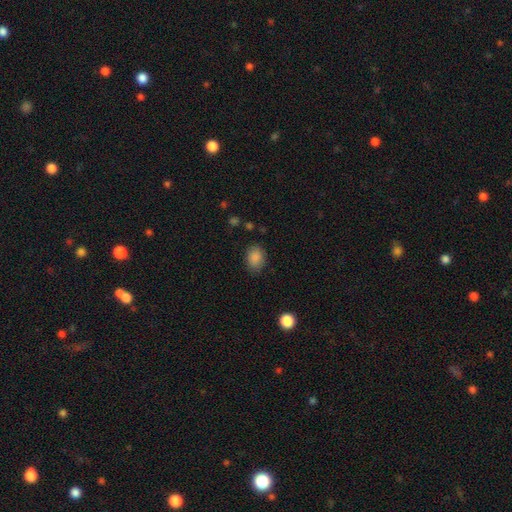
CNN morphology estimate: smooth 87%, star or artifact 9%, featured or disk 4%. Down the decision tree: how rounded — in between (71%); merging — none (80%).